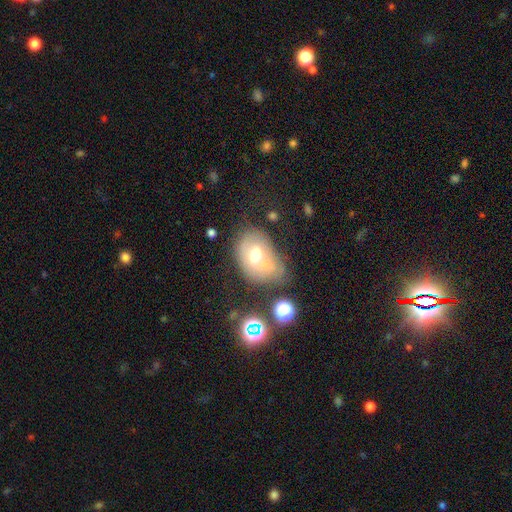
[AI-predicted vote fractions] Smooth or featured?
  - smooth: 51% *
  - featured or disk: 37%
  - star or artifact: 12%
How rounded?
  - in between: 74% *
  - round: 24%
  - cigar-shaped: 1%
Merging?
  - none: 33% *
  - minor disturbance: 27%
  - major disturbance: 22%
  - merger: 18%